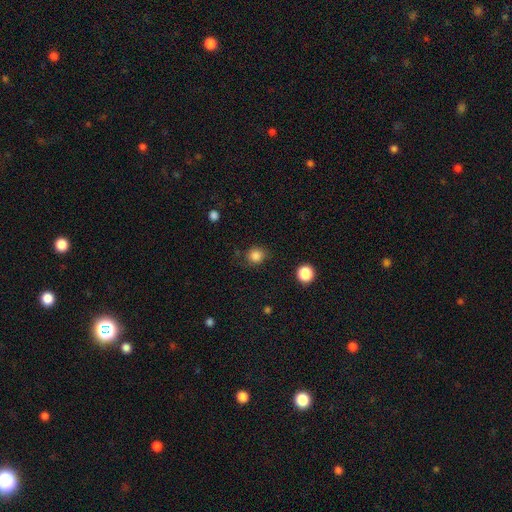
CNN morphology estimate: type=smooth (85%); roundness=round (85%); merging=none (81%).